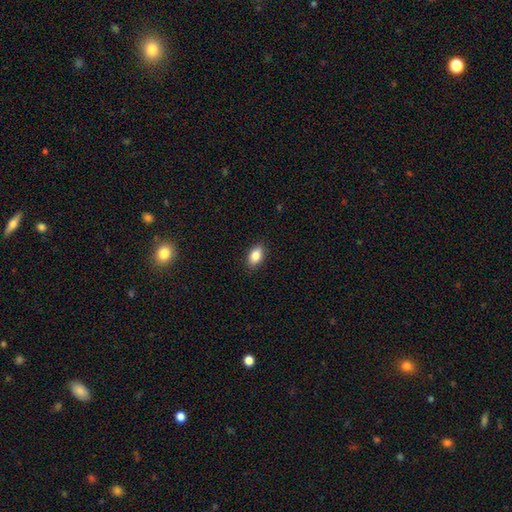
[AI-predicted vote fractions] Smooth or featured? Predicted: smooth (p=0.85). How rounded? Predicted: in between (p=0.89). Merging? Predicted: none (p=0.88).